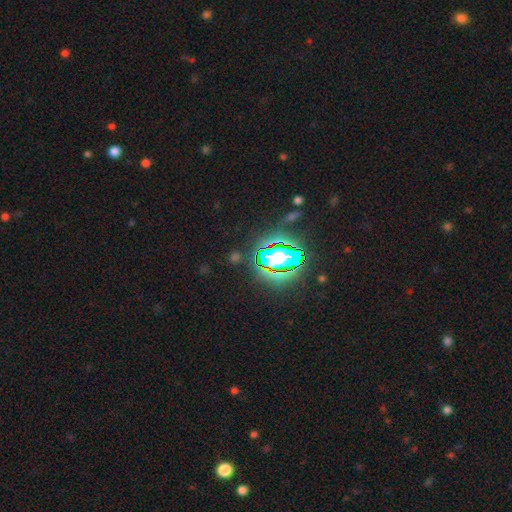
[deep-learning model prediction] Smooth or featured: star or artifact — 82% (smooth — 11%)